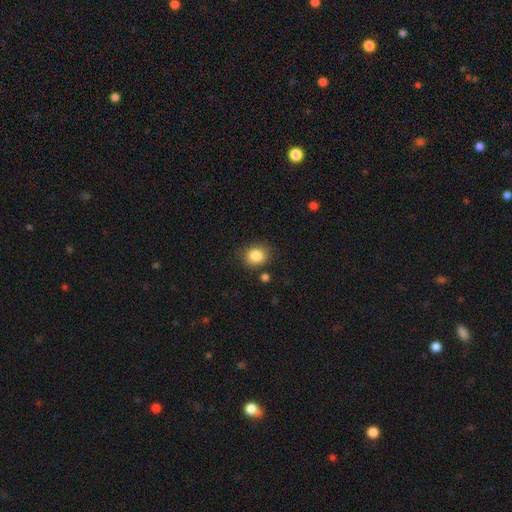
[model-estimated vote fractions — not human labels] smooth_or_featured: smooth (p=0.85) [alt: star or artifact p=0.09]
how_rounded: round (p=0.64) [alt: in between p=0.35]
merging: none (p=0.79) [alt: minor disturbance p=0.13]